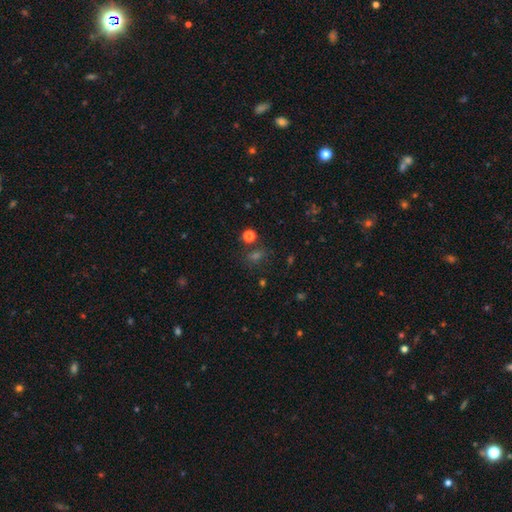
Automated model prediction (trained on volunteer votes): Smooth or featured: smooth — 51% (star or artifact — 40%)
How rounded: round — 62% (in between — 36%)
Merging: none — 76% (minor disturbance — 11%)